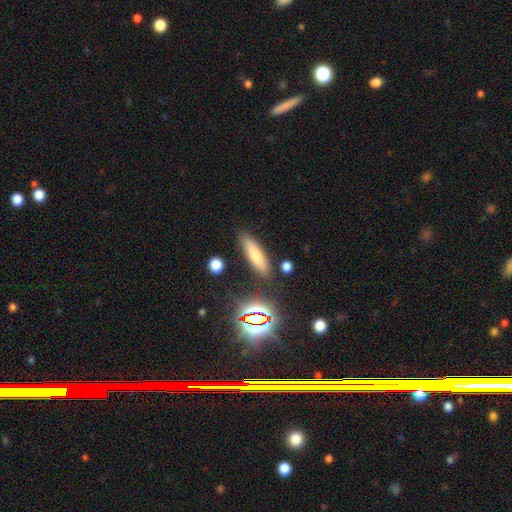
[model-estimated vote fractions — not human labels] This appears to be a smooth galaxy with no disk features (61%) that is cigar-shaped (58%). Merging: none (85%).